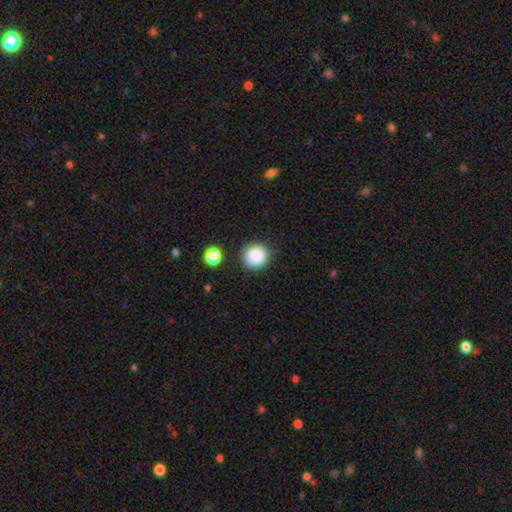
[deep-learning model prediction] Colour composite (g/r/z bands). It shows a smooth galaxy with no disk features (86%) that is round (91%). Merging: none (86%).